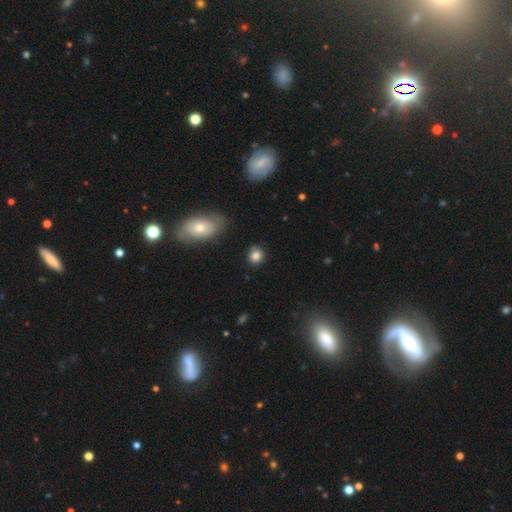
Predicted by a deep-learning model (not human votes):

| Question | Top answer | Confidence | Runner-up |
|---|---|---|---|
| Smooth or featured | smooth | 83% | star or artifact (10%) |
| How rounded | round | 79% | in between (20%) |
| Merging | none | 83% | minor disturbance (11%) |